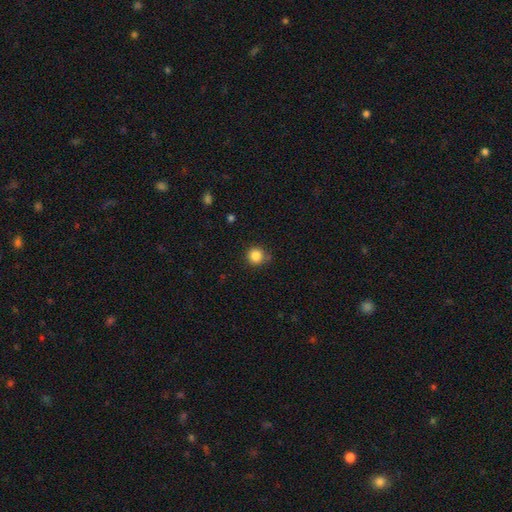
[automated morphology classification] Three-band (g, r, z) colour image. It shows a smooth galaxy with no disk features (85%) that is round (94%). Merging: none (81%).